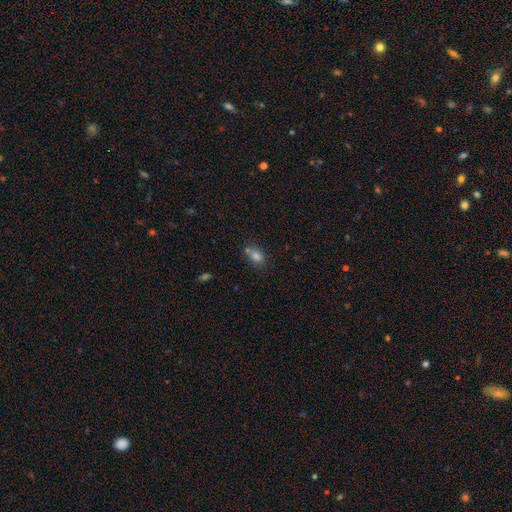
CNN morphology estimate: Smooth or featured: smooth — 78% (star or artifact — 13%)
How rounded: in between — 77% (round — 20%)
Merging: none — 57% (merger — 20%)